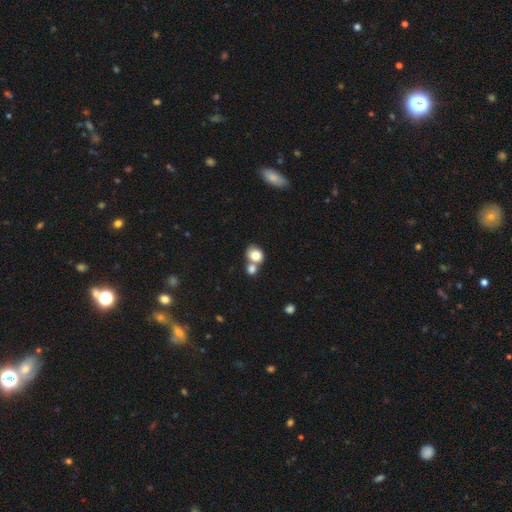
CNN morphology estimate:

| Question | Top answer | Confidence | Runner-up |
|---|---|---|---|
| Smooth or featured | smooth | 79% | featured or disk (12%) |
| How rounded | round | 58% | in between (41%) |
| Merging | merger | 51% | none (36%) |